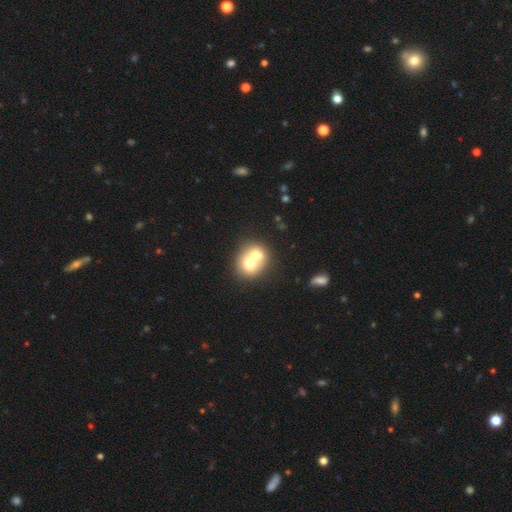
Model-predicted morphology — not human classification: A smooth galaxy with no disk features (64%) that is round (69%).

Vote fractions:
- Smooth or featured? smooth: 64% / featured or disk: 26% / star or artifact: 9%
- How rounded? round: 69% / in between: 30% / cigar-shaped: 1%
- Merging? merger: 71% / none: 22% / minor disturbance: 5% / major disturbance: 3%